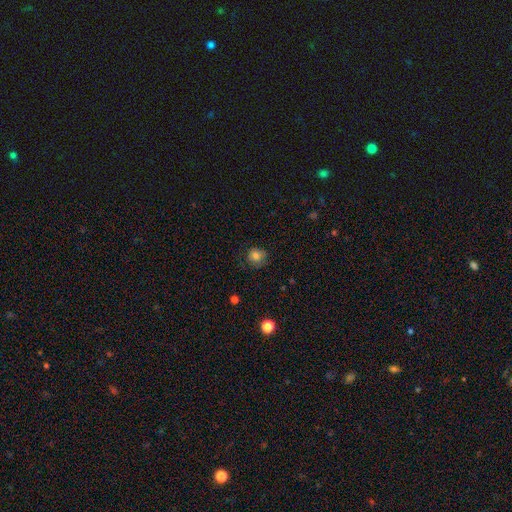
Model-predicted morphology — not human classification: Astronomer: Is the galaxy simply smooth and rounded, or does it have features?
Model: smooth — 80%.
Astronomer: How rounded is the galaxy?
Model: round — 79%.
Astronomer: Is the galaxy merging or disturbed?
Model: none — 68%.